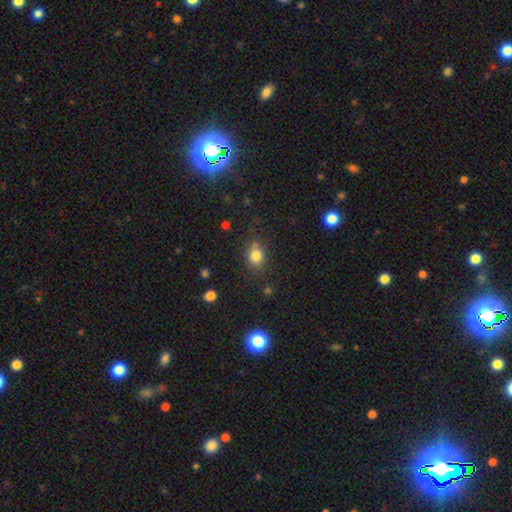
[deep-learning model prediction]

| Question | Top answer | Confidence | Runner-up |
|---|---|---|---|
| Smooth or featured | smooth | 80% | star or artifact (12%) |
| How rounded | round | 57% | in between (42%) |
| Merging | none | 70% | minor disturbance (17%) |